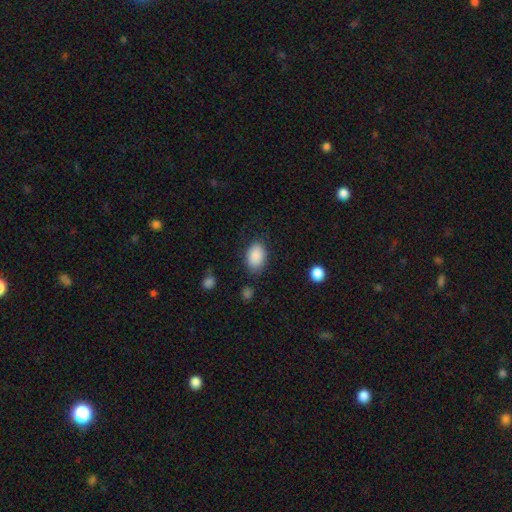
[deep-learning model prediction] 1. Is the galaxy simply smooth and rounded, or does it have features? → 89% smooth, 7% star or artifact, 4% featured or disk.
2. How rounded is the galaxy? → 90% in between, 9% round, 1% cigar-shaped.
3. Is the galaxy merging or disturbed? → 78% none, 16% minor disturbance, 4% major disturbance, 2% merger.